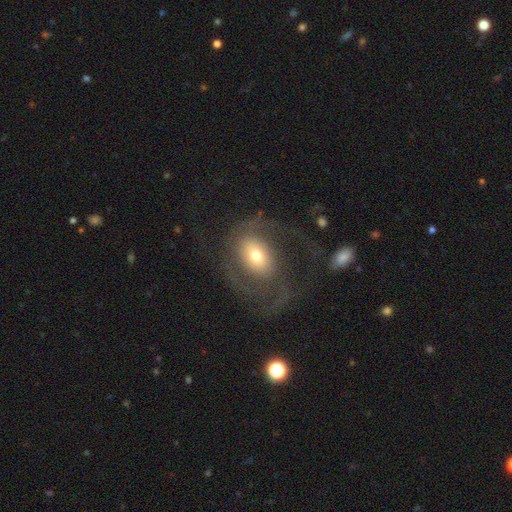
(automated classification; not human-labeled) Smooth or featured?
  - featured or disk: 56% *
  - smooth: 36%
  - star or artifact: 8%
Edge-on disk?
  - no: 95% *
  - yes: 5%
Bar?
  - no: 64% *
  - weak: 24%
  - strong: 12%
Spiral arms?
  - yes: 64% *
  - no: 36%
Bulge size?
  - moderate: 58% *
  - small: 27%
  - large: 11%
  - dominant: 3%
  - none: 1%
Merging?
  - none: 43% *
  - major disturbance: 41%
  - minor disturbance: 14%
  - merger: 3%